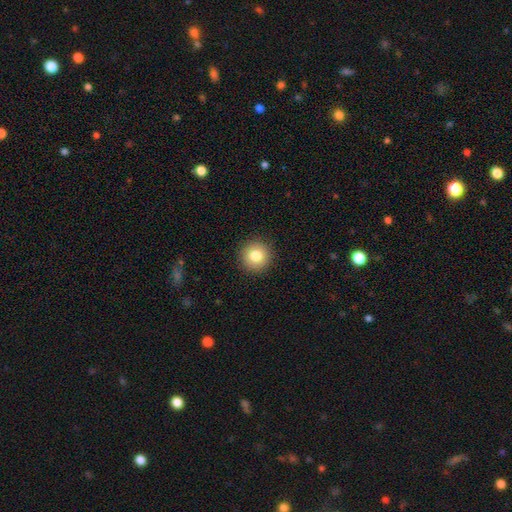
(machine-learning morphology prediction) A smooth galaxy with no disk features (81%) that is round (94%).

Vote fractions:
- Smooth or featured? smooth: 81% / star or artifact: 10% / featured or disk: 9%
- How rounded? round: 94% / in between: 5% / cigar-shaped: 1%
- Merging? none: 92% / minor disturbance: 5% / major disturbance: 2% / merger: 1%